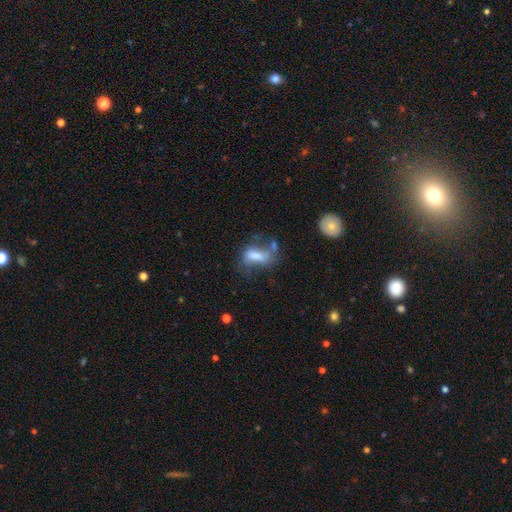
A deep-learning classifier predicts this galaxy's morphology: A smooth galaxy with no disk features (50%).

Vote fractions:
- Smooth or featured? smooth: 50% / featured or disk: 38% / star or artifact: 12%
- Merging? none: 35% / major disturbance: 29% / minor disturbance: 24% / merger: 12%